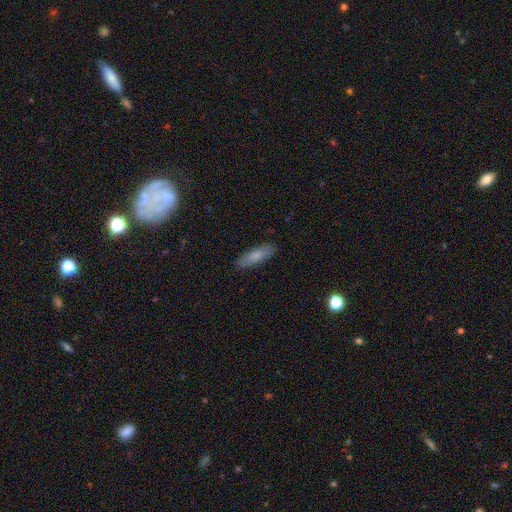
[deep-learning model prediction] Smooth or featured?
  - smooth: 78% *
  - featured or disk: 16%
  - star or artifact: 6%
How rounded?
  - cigar-shaped: 54% *
  - in between: 44%
  - round: 2%
Merging?
  - none: 87% *
  - minor disturbance: 10%
  - major disturbance: 2%
  - merger: 1%